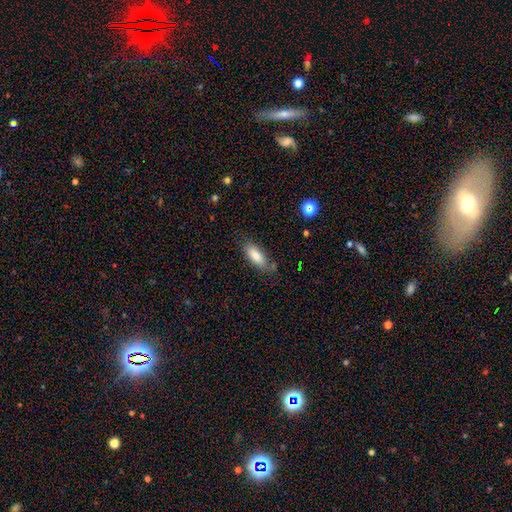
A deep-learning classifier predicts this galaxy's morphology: This is clearly a smooth galaxy (82%). How rounded: likely in between (74%). Merging: likely none (72%).